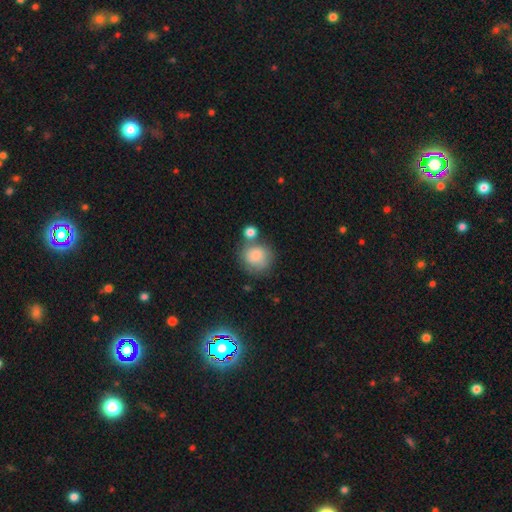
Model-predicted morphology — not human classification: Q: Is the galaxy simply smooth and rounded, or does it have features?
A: smooth — 80%.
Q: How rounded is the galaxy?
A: round — 82%.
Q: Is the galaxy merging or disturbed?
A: none — 49%.